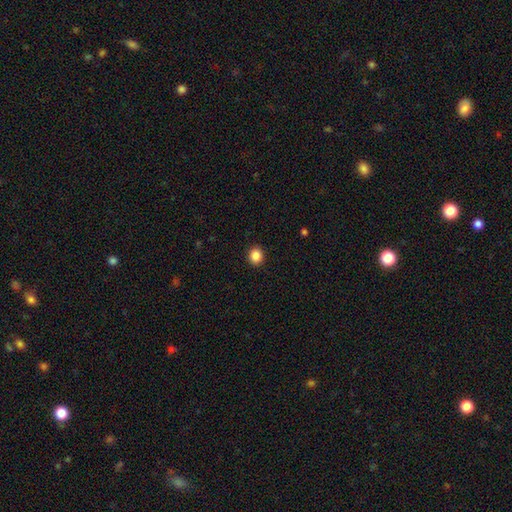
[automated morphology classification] Smooth or featured: smooth — 87% (star or artifact — 10%)
How rounded: round — 79% (in between — 20%)
Merging: none — 92% (minor disturbance — 5%)